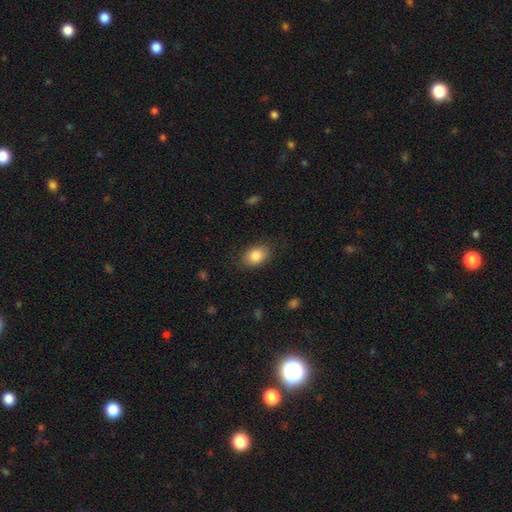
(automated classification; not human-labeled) A smooth galaxy with no disk features (85%) that is in between round and cigar-shaped (80%).

Vote fractions:
- Smooth or featured? smooth: 85% / featured or disk: 8% / star or artifact: 8%
- How rounded? in between: 80% / round: 19% / cigar-shaped: 1%
- Merging? none: 82% / minor disturbance: 13% / major disturbance: 4% / merger: 1%